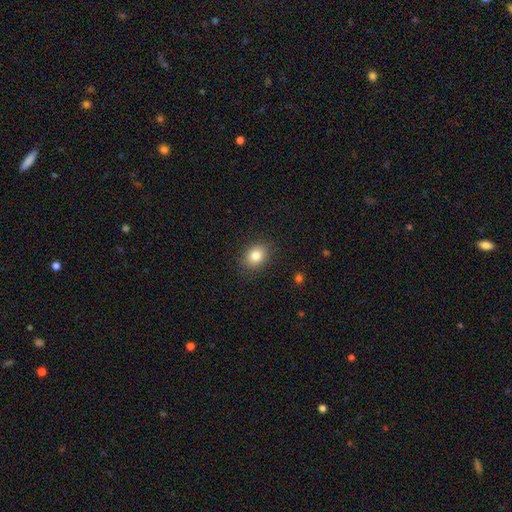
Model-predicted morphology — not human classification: smooth 82%, star or artifact 10%, featured or disk 8%. Down the decision tree: how rounded — in between (54%); merging — none (87%).